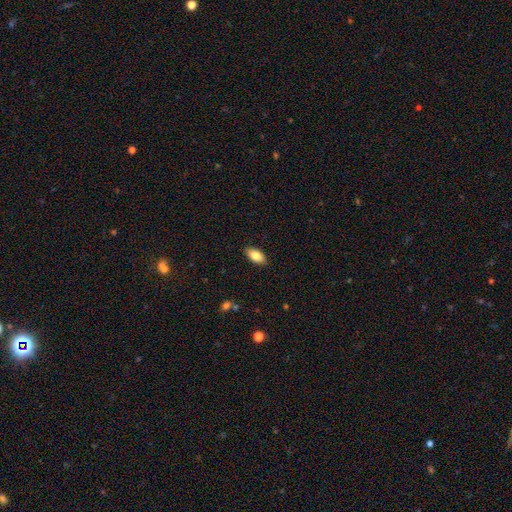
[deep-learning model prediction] A smooth galaxy with no disk features (84%) that is in between round and cigar-shaped (93%).

Vote fractions:
- Smooth or featured? smooth: 84% / featured or disk: 9% / star or artifact: 7%
- How rounded? in between: 93% / cigar-shaped: 4% / round: 3%
- Merging? none: 89% / minor disturbance: 9% / major disturbance: 2% / merger: 1%